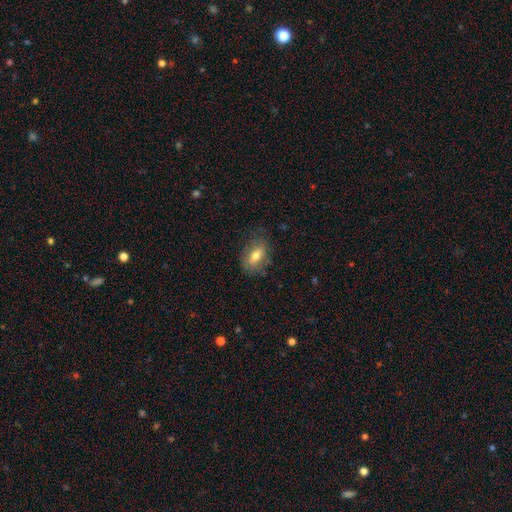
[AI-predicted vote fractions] smooth_or_featured: smooth (p=0.66) [alt: featured or disk p=0.26]
how_rounded: in between (p=0.85) [alt: round p=0.11]
merging: none (p=0.70) [alt: minor disturbance p=0.21]